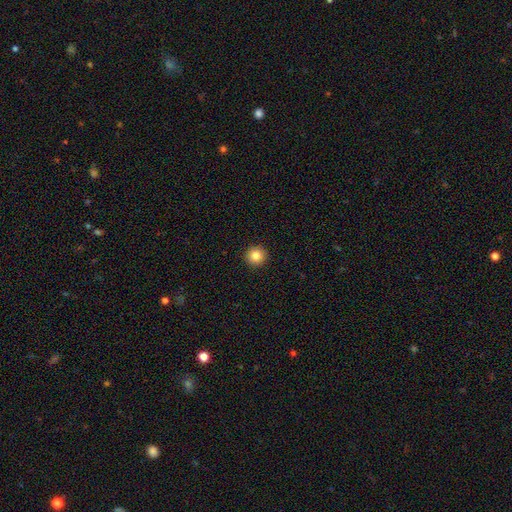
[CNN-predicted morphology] Smooth or featured: smooth — 84% (star or artifact — 10%)
How rounded: round — 95% (in between — 4%)
Merging: none — 94% (minor disturbance — 4%)